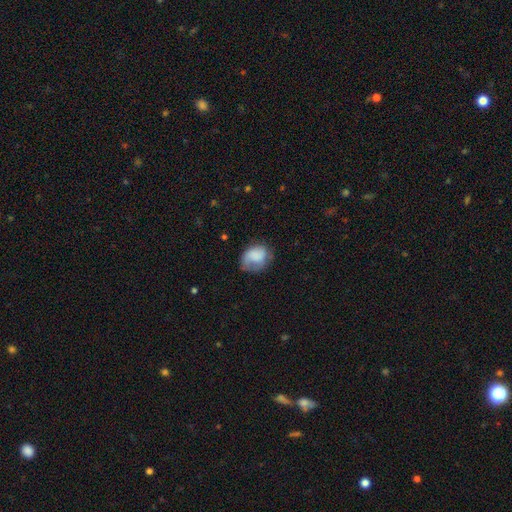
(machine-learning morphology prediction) Overall: smooth (74%). How rounded: in between (57%; round 42%). Merging: none (44%; minor disturbance 32%).